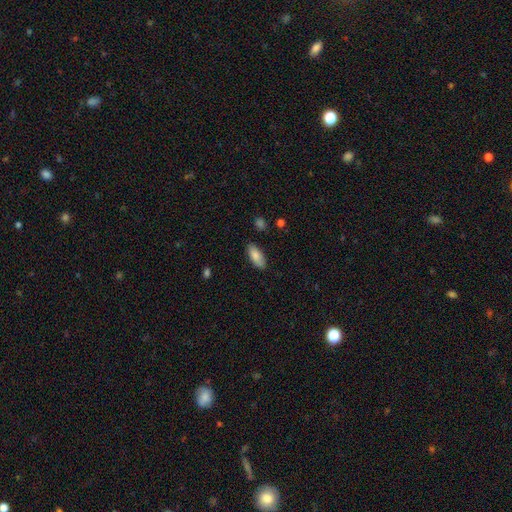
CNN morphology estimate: Smooth or featured? Predicted: smooth (p=0.84). How rounded? Predicted: in between (p=0.85). Merging? Predicted: none (p=0.84).